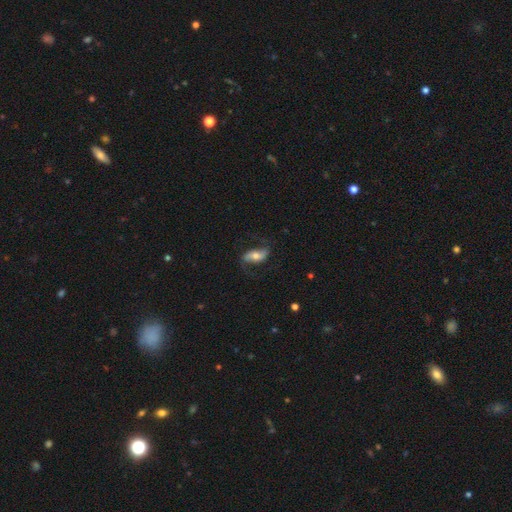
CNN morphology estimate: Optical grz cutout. It shows a featured or disk galaxy (64%) with no bar (40%), 2 (90%) loose (66%) spiral arms (89%) and a moderate central bulge (61%). Merging: none (71%).